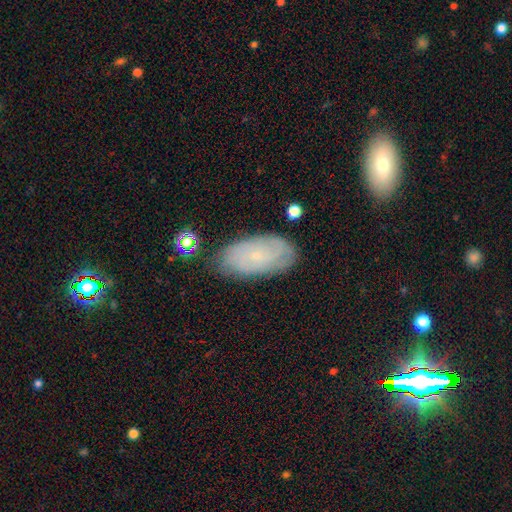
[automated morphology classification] Q: Smooth or featured?
A: featured or disk (47%); runner-up: smooth (43%)
Q: Merging?
A: none (79%); runner-up: minor disturbance (16%)